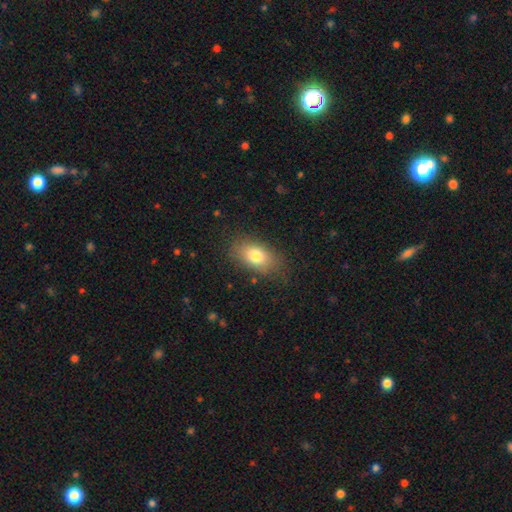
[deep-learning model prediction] Overall: smooth (79%). How rounded: in between (88%). Merging: none (80%).